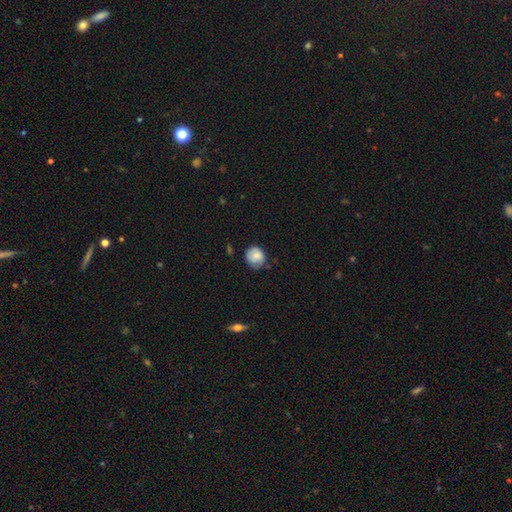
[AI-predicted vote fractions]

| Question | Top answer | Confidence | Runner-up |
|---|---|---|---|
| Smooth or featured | smooth | 79% | featured or disk (14%) |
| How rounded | round | 81% | in between (18%) |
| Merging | none | 63% | minor disturbance (29%) |